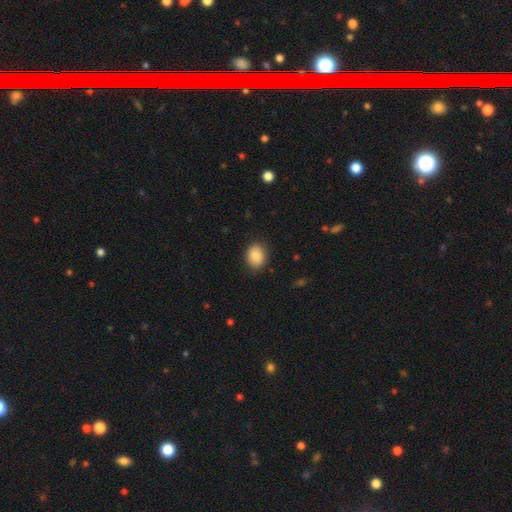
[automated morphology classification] smooth 86%, star or artifact 8%, featured or disk 6%. Down the decision tree: how rounded — round (50%); merging — none (87%).